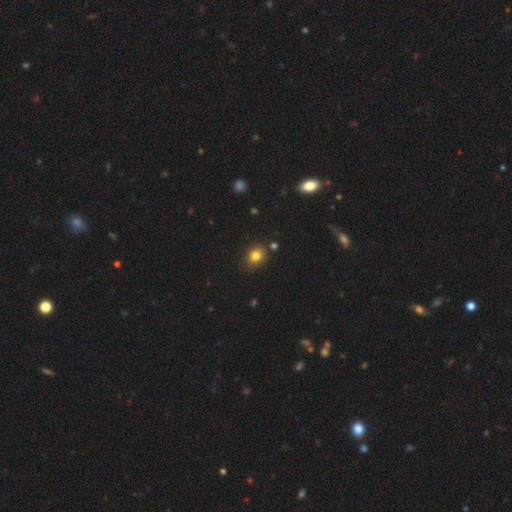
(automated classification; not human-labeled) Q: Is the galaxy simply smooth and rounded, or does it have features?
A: smooth — 82%.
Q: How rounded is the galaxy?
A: round — 58%.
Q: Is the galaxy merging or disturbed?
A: none — 84%.